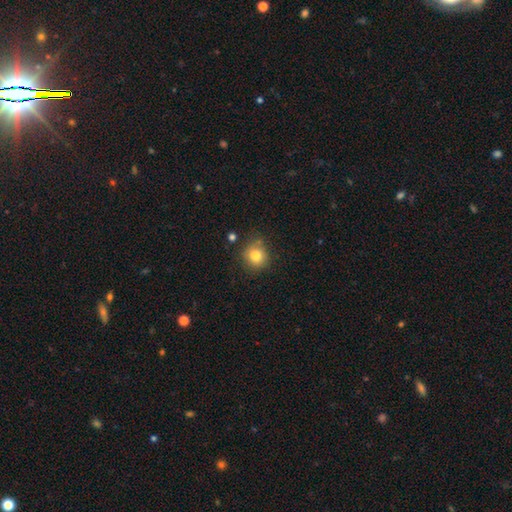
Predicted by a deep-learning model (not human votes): Smooth or featured? smooth (81%)
How rounded? round (85%)
Merging? none (77%)